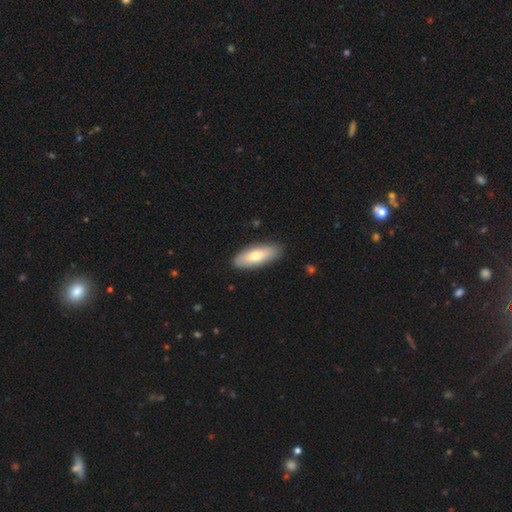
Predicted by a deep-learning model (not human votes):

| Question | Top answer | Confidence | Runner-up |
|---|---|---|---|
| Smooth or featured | smooth | 73% | featured or disk (21%) |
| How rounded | in between | 74% | cigar-shaped (24%) |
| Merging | none | 88% | minor disturbance (9%) |